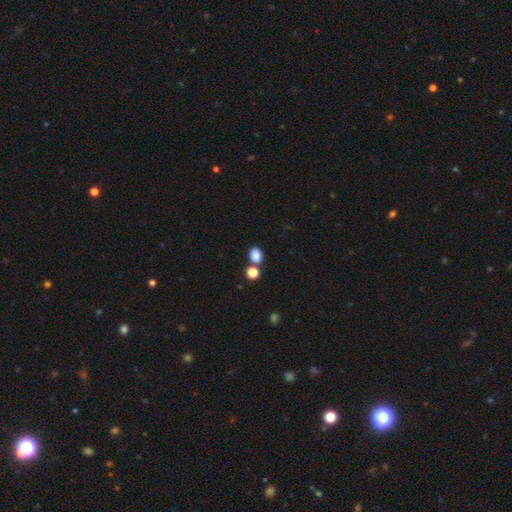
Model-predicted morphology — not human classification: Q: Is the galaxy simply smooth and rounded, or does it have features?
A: smooth — 84%.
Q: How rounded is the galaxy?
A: in between — 57%.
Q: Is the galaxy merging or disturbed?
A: none — 65%.